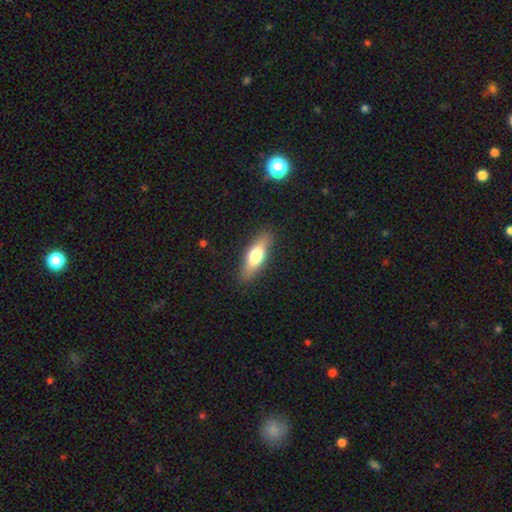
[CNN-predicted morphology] type=smooth (66%); roundness=in between (55%); merging=none (87%).